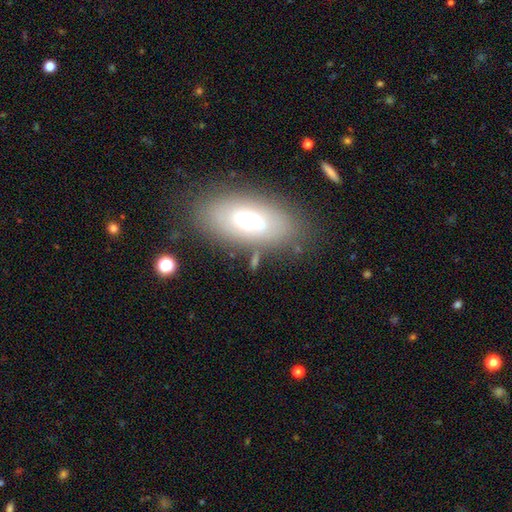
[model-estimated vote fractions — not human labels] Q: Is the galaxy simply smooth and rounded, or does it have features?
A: smooth — 62%.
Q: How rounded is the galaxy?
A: in between — 87%.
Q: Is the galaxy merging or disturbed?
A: none — 76%.